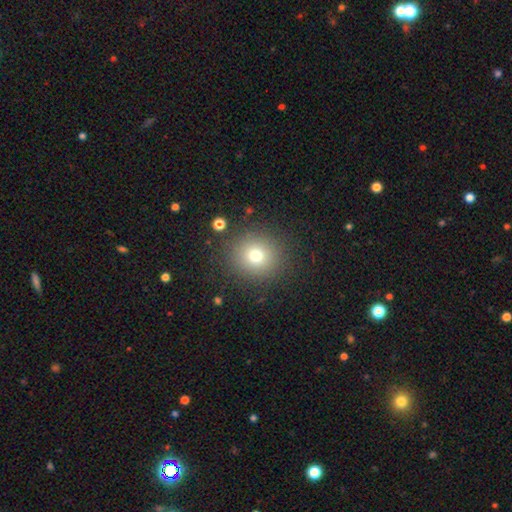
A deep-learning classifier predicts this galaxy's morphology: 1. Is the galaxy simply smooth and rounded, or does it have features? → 74% smooth, 16% star or artifact, 11% featured or disk.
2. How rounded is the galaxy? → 90% round, 9% in between, 1% cigar-shaped.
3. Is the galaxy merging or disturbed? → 87% none, 7% minor disturbance, 4% major disturbance, 2% merger.